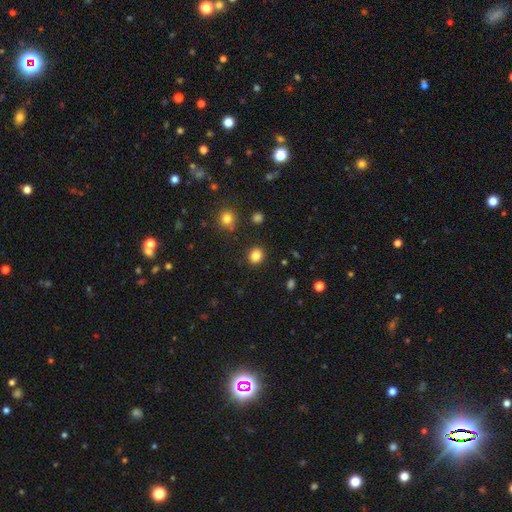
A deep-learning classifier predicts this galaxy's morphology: The model was most divided on "how rounded": round: 74%, in between: 25%, cigar-shaped: 1%. More confident: merging — none (88%); smooth or featured — smooth (85%).